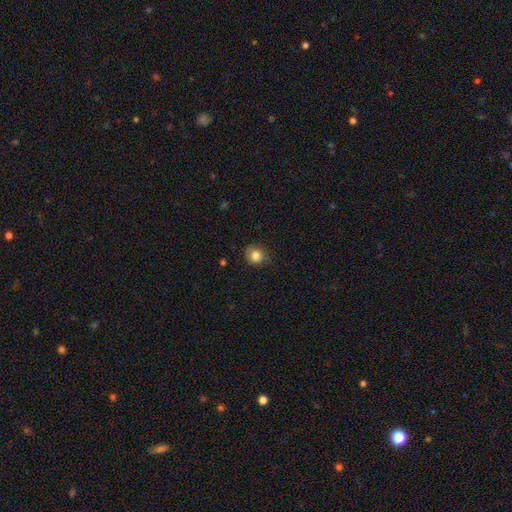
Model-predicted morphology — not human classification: Overall: smooth (84%). How rounded: round (86%). Merging: none (75%).